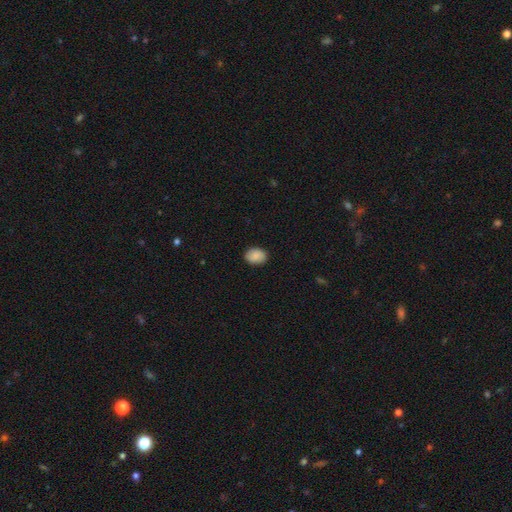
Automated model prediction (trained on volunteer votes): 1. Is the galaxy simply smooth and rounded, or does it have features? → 89% smooth, 7% star or artifact, 4% featured or disk.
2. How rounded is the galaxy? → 68% in between, 31% round, 1% cigar-shaped.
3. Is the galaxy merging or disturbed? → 89% none, 8% minor disturbance, 2% major disturbance, 1% merger.